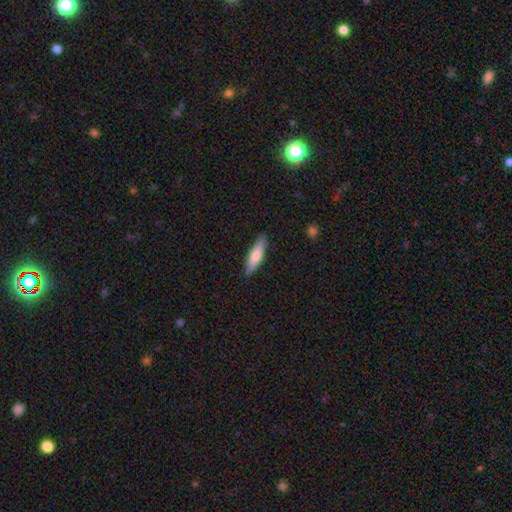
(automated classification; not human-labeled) This is likely a smooth galaxy (70%). How rounded: likely cigar-shaped (67%). Merging: clearly none (87%).